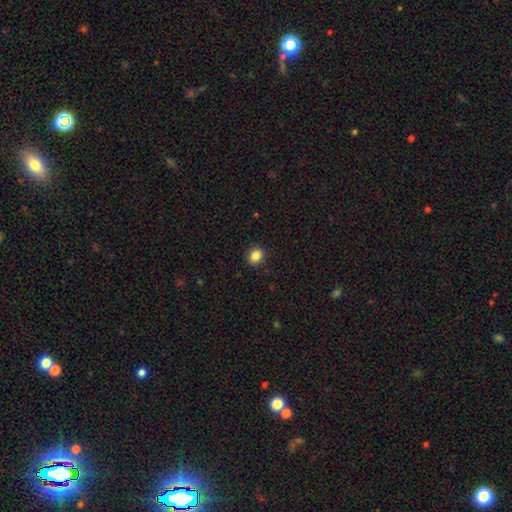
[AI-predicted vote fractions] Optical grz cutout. It shows a smooth galaxy with no disk features (86%) that is round (62%). Merging: none (90%).